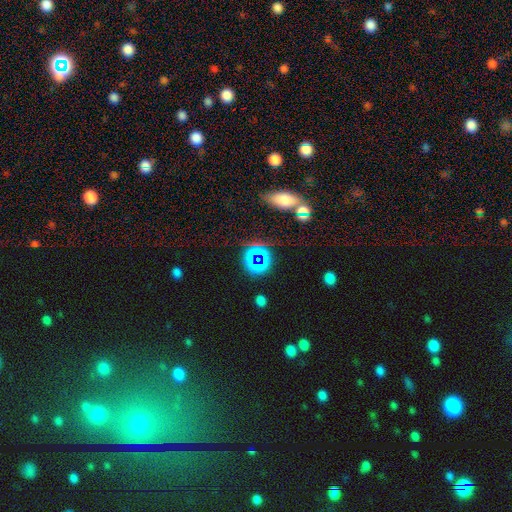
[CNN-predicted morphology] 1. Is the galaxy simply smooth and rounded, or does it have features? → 65% star or artifact, 25% smooth, 9% featured or disk.